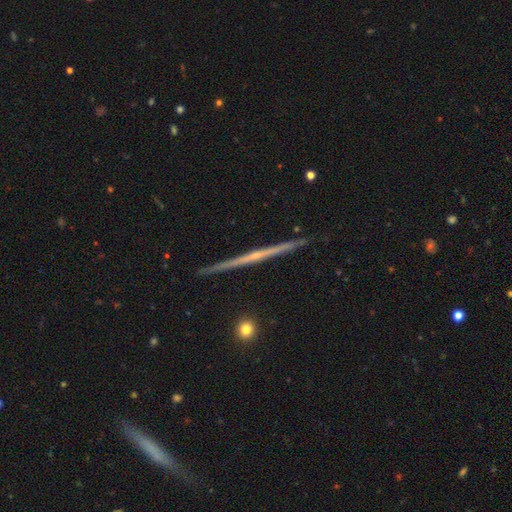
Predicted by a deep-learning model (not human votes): Smooth or featured?
  - featured or disk: 80% *
  - smooth: 15%
  - star or artifact: 6%
Edge-on disk?
  - yes: 99% *
  - no: 1%
Edge-on bulge?
  - none: 58% *
  - rounded: 37%
  - boxy: 5%
Merging?
  - none: 92% *
  - minor disturbance: 5%
  - merger: 1%
  - major disturbance: 1%